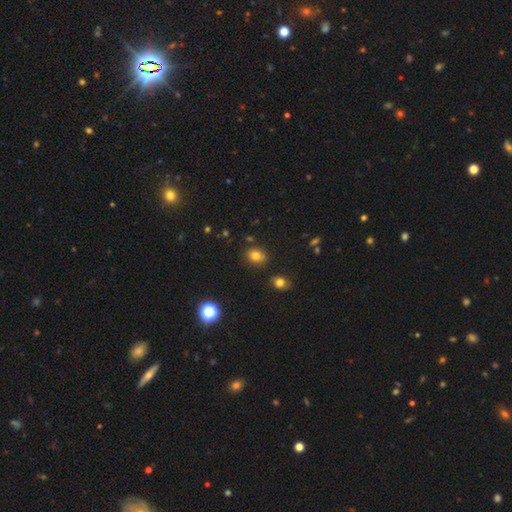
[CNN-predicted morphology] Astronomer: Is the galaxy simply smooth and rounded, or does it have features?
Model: smooth — 78%.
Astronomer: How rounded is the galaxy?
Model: round — 57% (runner-up: in between, 42%).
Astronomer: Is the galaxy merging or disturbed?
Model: none — 84%.